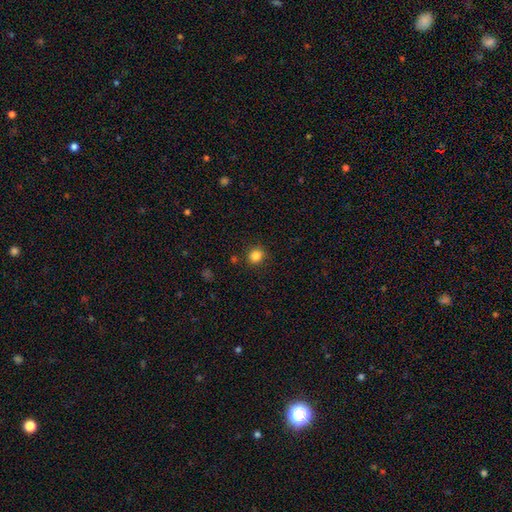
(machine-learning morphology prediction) Smooth or featured: smooth — 84% (star or artifact — 12%)
How rounded: round — 80% (in between — 19%)
Merging: none — 87% (minor disturbance — 8%)